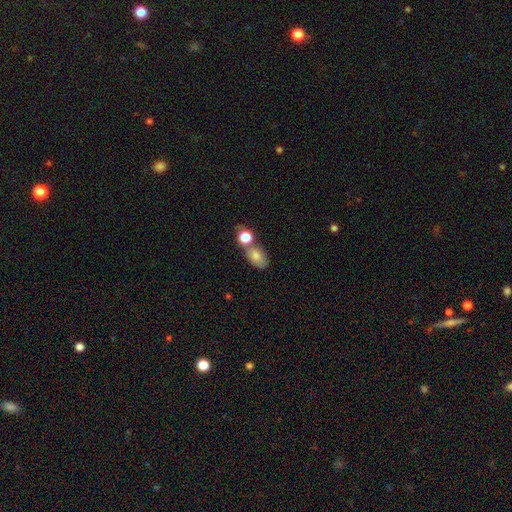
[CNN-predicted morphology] A smooth galaxy with no disk features (76%) that is in between round and cigar-shaped (82%). Merging: none (44%).